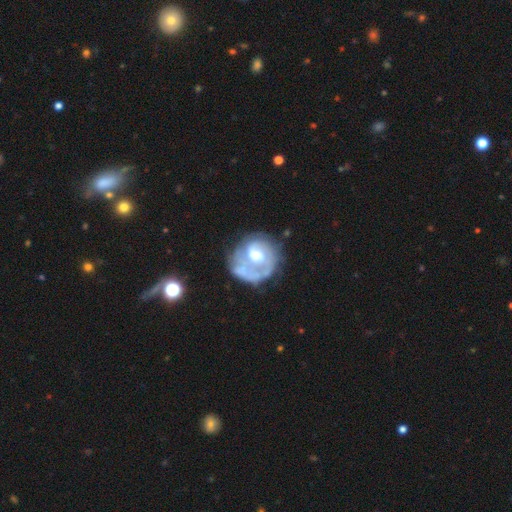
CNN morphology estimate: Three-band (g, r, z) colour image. It shows a featured or disk galaxy (70%) with no bar (66%), spiral arms (69%) and a moderate central bulge (56%). Merging: none (51%).